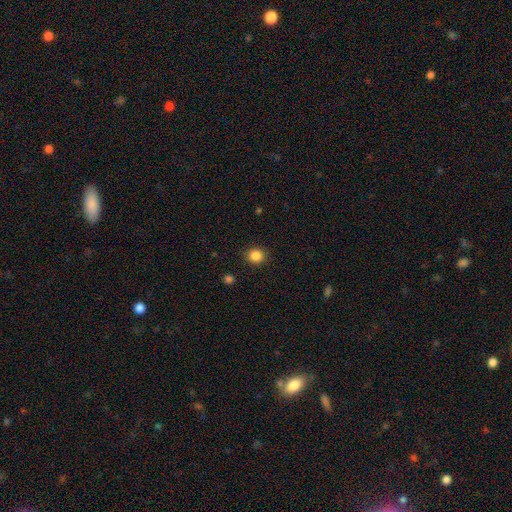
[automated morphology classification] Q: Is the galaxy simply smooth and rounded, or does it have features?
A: smooth — 86%.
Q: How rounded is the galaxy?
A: round — 85%.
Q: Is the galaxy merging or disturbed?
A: none — 90%.